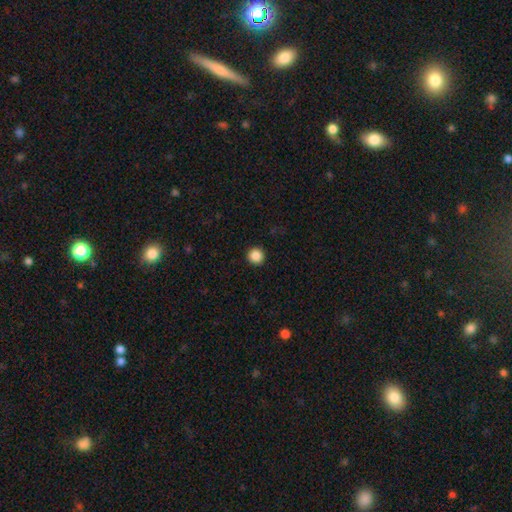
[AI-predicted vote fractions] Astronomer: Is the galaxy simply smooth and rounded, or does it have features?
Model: smooth — 88%.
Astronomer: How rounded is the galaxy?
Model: round — 96%.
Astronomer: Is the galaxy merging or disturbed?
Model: none — 93%.